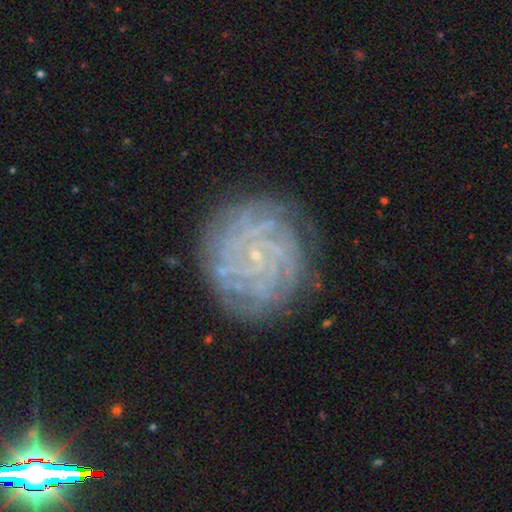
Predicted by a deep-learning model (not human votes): This appears to be a featured or disk galaxy (83%) with no bar (71%), more than 4 (25%) tight (84%) spiral arms (97%) and a small central bulge (88%). Merging: none (82%).